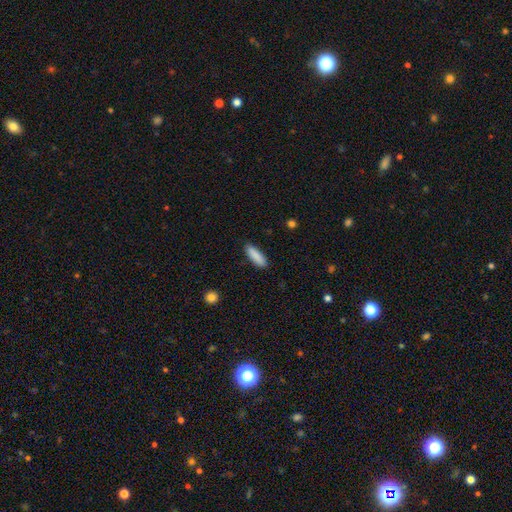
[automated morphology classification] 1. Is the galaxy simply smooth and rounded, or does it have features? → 89% smooth, 6% star or artifact, 5% featured or disk.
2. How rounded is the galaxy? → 52% cigar-shaped, 46% in between, 2% round.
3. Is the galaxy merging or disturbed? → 88% none, 9% minor disturbance, 2% major disturbance, 1% merger.